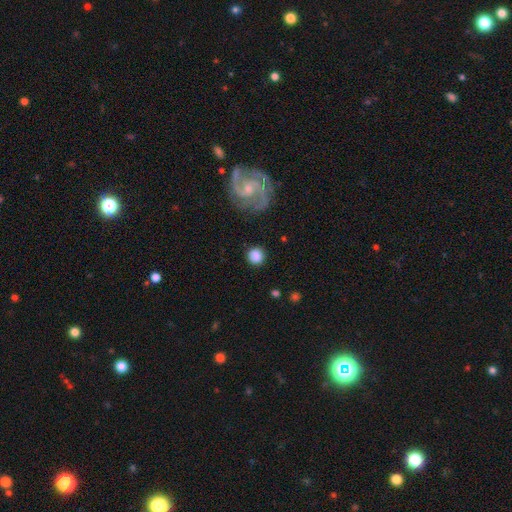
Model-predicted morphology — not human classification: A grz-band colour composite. It shows a smooth galaxy with no disk features (78%) that is round (92%). Merging: none (85%).